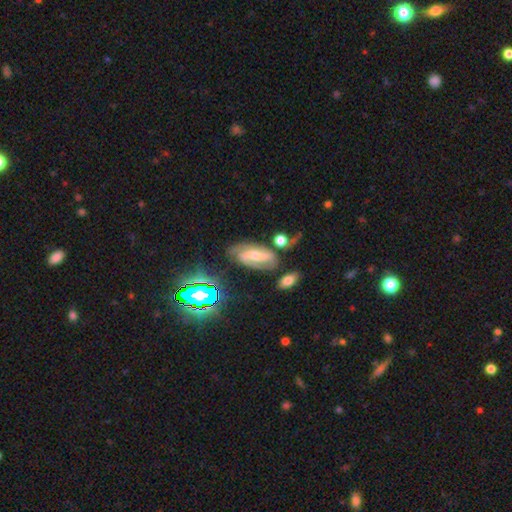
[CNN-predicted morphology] Overall: featured or disk (67%). Edge-on disk: no (92%). Bar: weak (42%; no 36%). Spiral arms: yes (90%). Spiral arm count: 2 (70%). Spiral winding: medium (44%; tight 31%). Bulge size: small (52%; moderate 38%). Merging: none (60%; minor disturbance 22%).